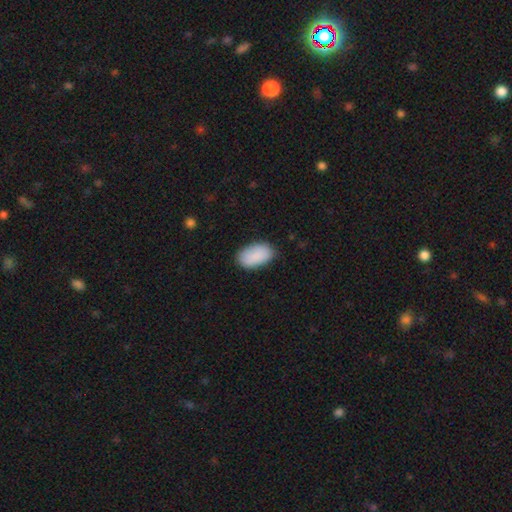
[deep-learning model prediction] A smooth galaxy with no disk features (89%) that is in between round and cigar-shaped (94%).

Vote fractions:
- Smooth or featured? smooth: 89% / star or artifact: 6% / featured or disk: 5%
- How rounded? in between: 94% / round: 4% / cigar-shaped: 1%
- Merging? none: 82% / minor disturbance: 14% / major disturbance: 3% / merger: 1%